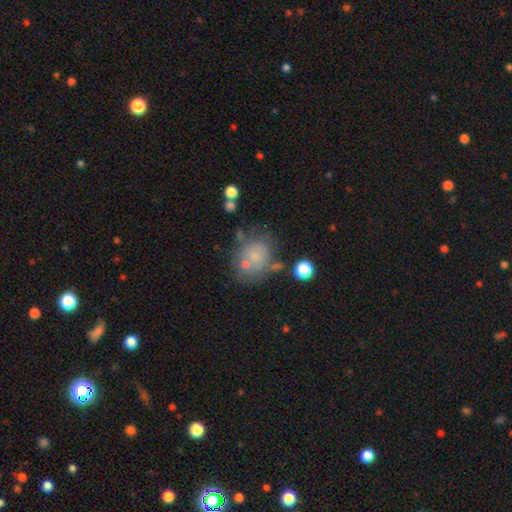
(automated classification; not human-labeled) Morphology: type=smooth (66%); roundness=round (66%); merging=none (49%).